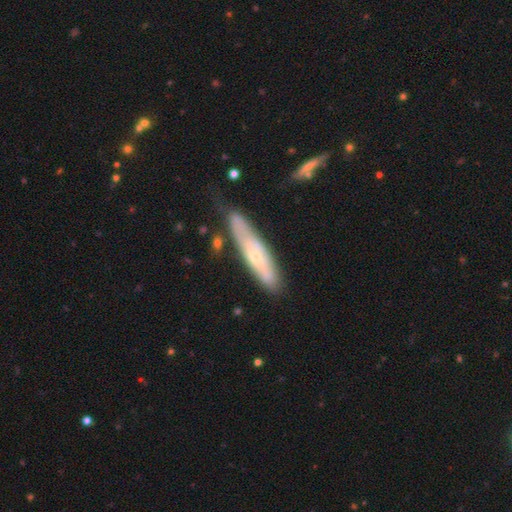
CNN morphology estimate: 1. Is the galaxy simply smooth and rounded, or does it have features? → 54% featured or disk, 40% smooth, 6% star or artifact.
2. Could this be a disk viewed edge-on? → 52% no, 48% yes.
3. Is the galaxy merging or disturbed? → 62% none, 26% minor disturbance, 7% major disturbance, 5% merger.